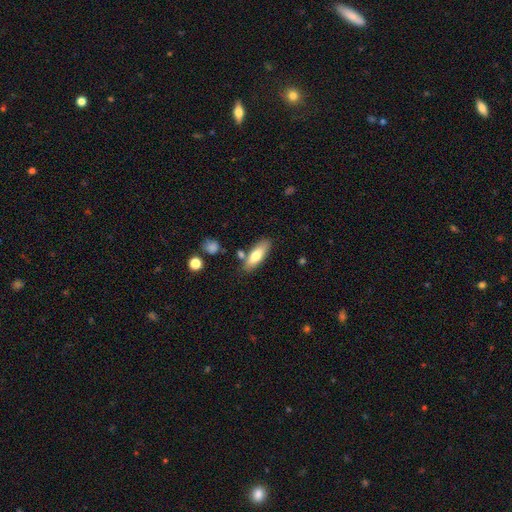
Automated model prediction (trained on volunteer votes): Q: Smooth or featured?
A: smooth (74%); runner-up: featured or disk (20%)
Q: How rounded?
A: in between (62%); runner-up: cigar-shaped (36%)
Q: Merging?
A: none (76%); runner-up: minor disturbance (13%)